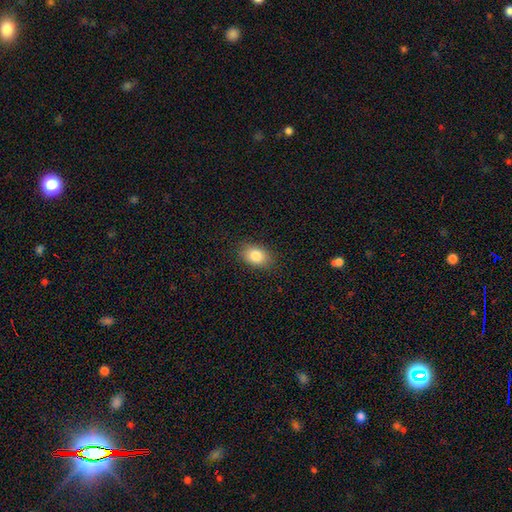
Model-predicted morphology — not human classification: Smooth or featured: smooth — 84% (star or artifact — 8%)
How rounded: in between — 83% (round — 15%)
Merging: none — 85% (minor disturbance — 11%)